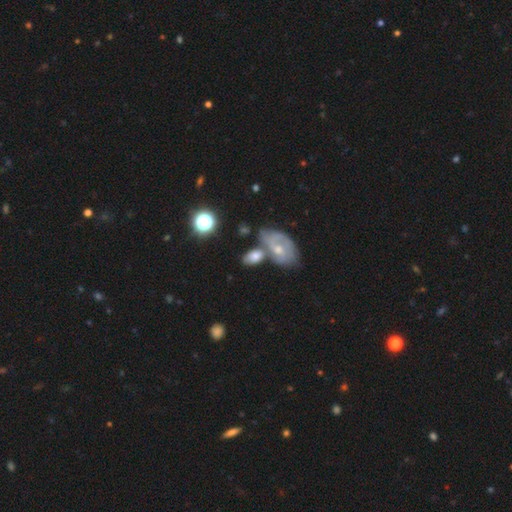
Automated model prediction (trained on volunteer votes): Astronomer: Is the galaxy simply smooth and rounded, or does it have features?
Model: smooth — 55% (runner-up: featured or disk, 32%).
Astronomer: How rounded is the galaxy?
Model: in between — 79%.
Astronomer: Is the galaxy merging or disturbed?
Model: none — 44% (runner-up: merger, 33%).